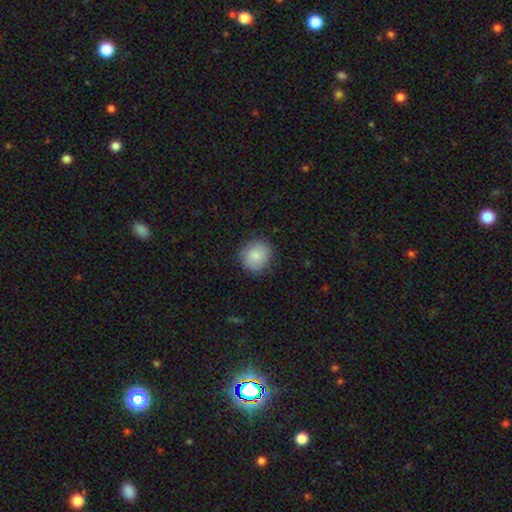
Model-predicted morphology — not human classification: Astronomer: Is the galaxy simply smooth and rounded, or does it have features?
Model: smooth — 85%.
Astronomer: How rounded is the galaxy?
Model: round — 87%.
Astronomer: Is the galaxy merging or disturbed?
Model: none — 83%.